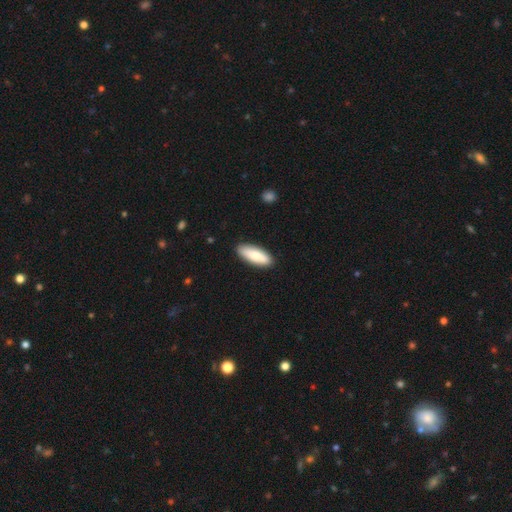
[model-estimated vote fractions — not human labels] Smooth or featured? Predicted: smooth (p=0.81). How rounded? Predicted: in between (p=0.64). Merging? Predicted: none (p=0.89).